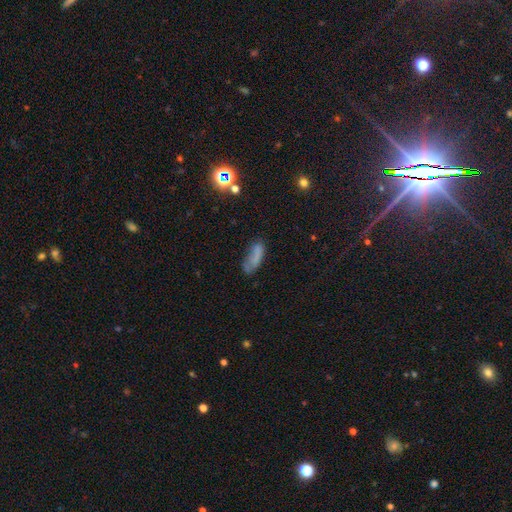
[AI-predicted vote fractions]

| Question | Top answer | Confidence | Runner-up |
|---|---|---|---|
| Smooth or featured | smooth | 67% | featured or disk (18%) |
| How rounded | in between | 63% | cigar-shaped (34%) |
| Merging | none | 49% | minor disturbance (29%) |